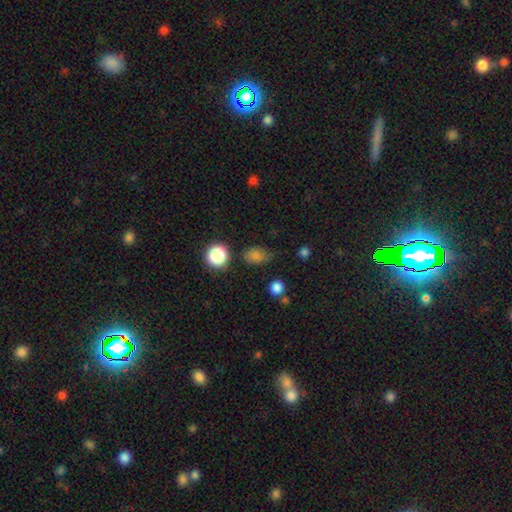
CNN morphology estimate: smooth-or-featured: smooth: 77% | star or artifact: 17% | featured or disk: 6%
  how-rounded: in between: 56% | round: 42% | cigar-shaped: 2%
  merging: none: 61% | minor disturbance: 28% | major disturbance: 8% | merger: 3%